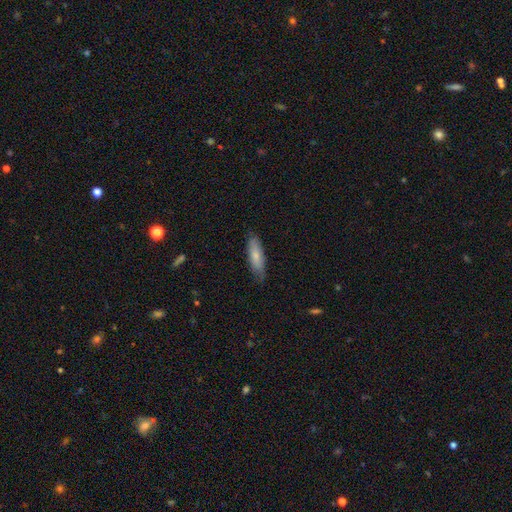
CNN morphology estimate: Smooth or featured? Predicted: smooth (p=0.74). How rounded? Predicted: cigar-shaped (p=0.56). Merging? Predicted: none (p=0.77).